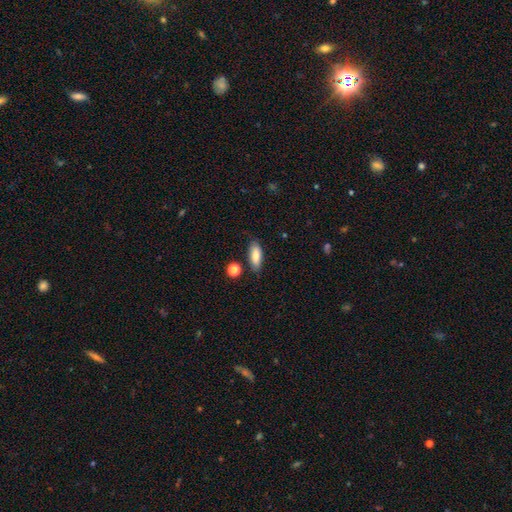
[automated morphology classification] type=smooth (81%); roundness=in between (75%); merging=none (80%).